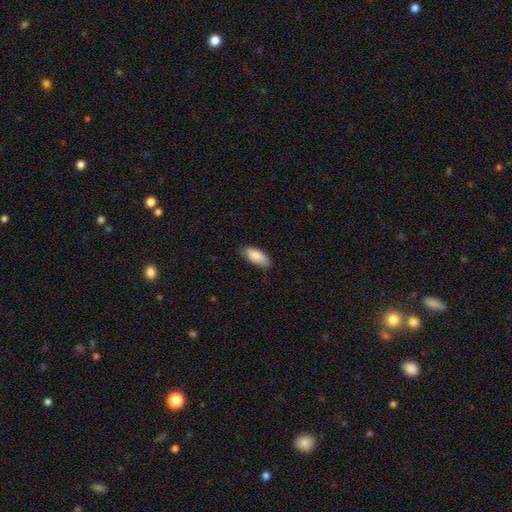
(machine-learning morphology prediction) Smooth or featured: smooth — 88% (featured or disk — 6%)
How rounded: in between — 84% (cigar-shaped — 15%)
Merging: none — 79% (minor disturbance — 18%)